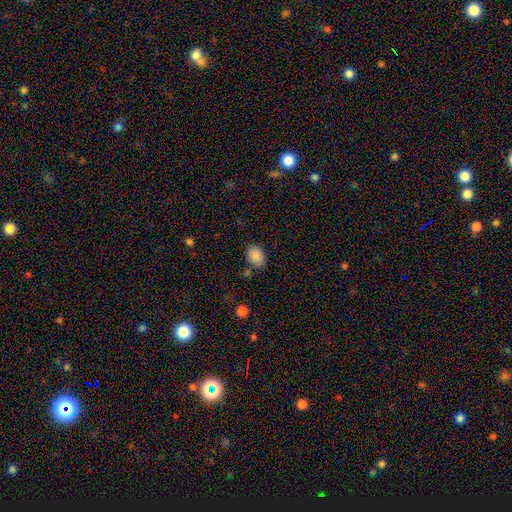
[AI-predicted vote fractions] Q: Smooth or featured?
A: smooth (87%); runner-up: star or artifact (8%)
Q: How rounded?
A: in between (70%); runner-up: round (29%)
Q: Merging?
A: none (76%); runner-up: minor disturbance (15%)